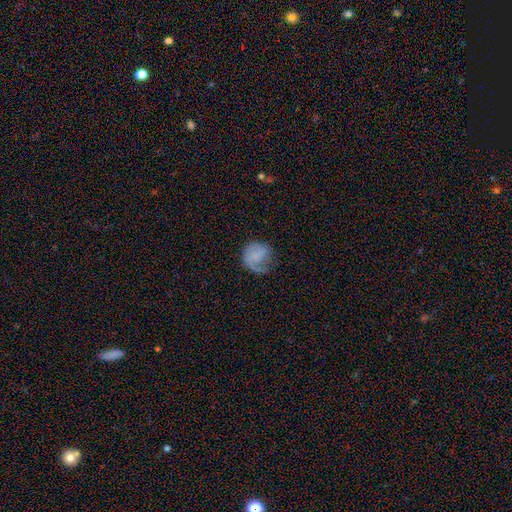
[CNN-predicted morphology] smooth 58%, featured or disk 34%, star or artifact 8%. Down the decision tree: how rounded — round (77%); merging — none (46%).